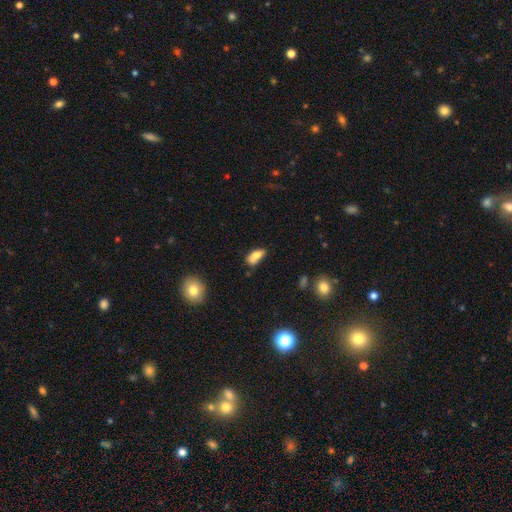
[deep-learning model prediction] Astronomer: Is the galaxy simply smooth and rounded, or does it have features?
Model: smooth — 73%.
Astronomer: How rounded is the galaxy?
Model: in between — 84%.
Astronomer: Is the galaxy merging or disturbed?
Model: none — 43% (runner-up: minor disturbance, 32%).